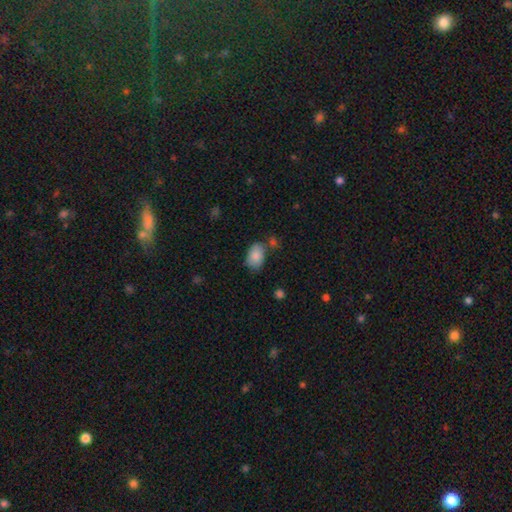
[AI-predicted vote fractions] smooth-or-featured: smooth: 86% | star or artifact: 7% | featured or disk: 7%
  how-rounded: in between: 88% | round: 11% | cigar-shaped: 1%
  merging: none: 64% | minor disturbance: 21% | merger: 10% | major disturbance: 6%